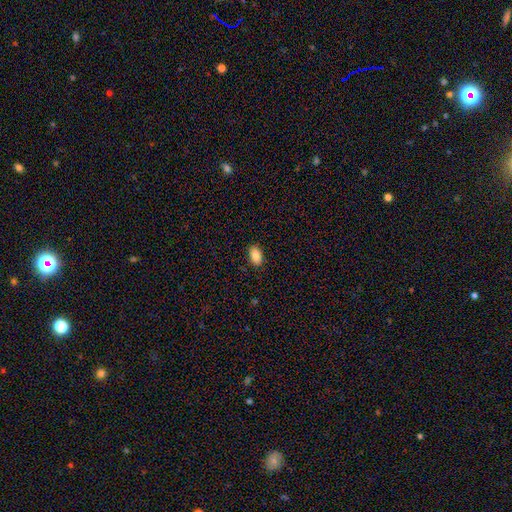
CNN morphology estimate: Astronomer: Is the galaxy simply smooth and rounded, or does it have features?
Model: smooth — 88%.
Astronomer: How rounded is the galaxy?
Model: in between — 92%.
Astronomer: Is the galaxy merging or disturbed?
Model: none — 87%.